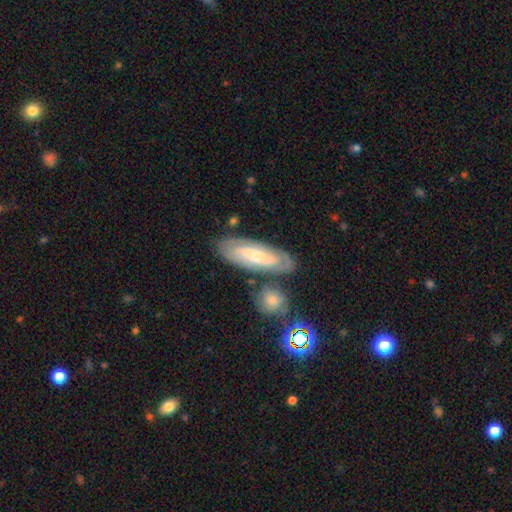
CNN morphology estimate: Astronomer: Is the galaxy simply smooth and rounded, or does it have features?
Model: featured or disk — 63%.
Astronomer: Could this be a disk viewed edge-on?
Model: no — 81%.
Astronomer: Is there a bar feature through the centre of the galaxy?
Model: no — 50% (runner-up: weak, 33%).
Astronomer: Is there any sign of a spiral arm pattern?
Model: yes — 76%.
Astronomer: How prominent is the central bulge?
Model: small — 51% (runner-up: moderate, 44%).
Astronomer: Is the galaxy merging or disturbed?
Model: none — 75%.